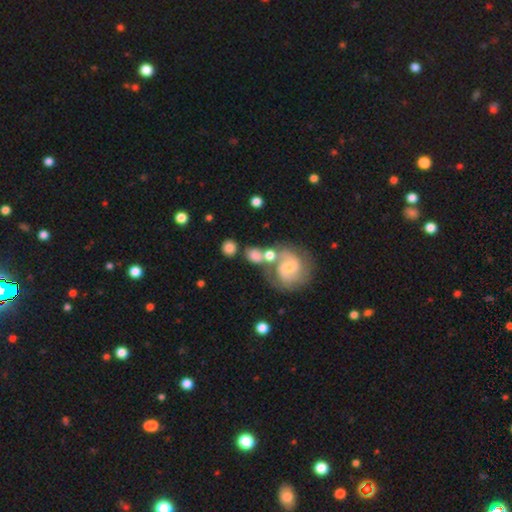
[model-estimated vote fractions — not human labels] Smooth or featured: smooth — 52% (featured or disk — 38%)
How rounded: round — 68% (in between — 30%)
Merging: none — 46% (merger — 31%)